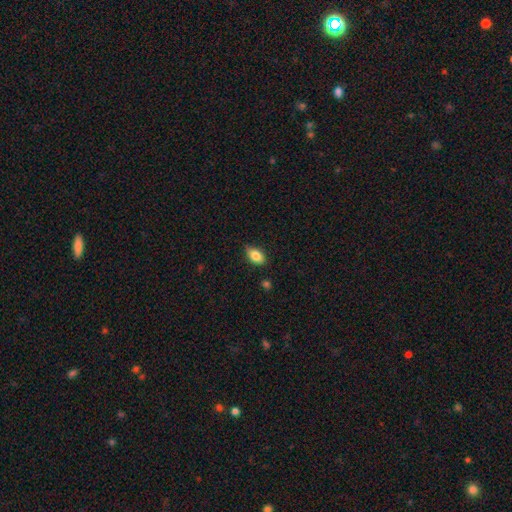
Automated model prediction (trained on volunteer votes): Smooth or featured?
  - smooth: 82% *
  - featured or disk: 10%
  - star or artifact: 8%
How rounded?
  - in between: 89% *
  - round: 7%
  - cigar-shaped: 4%
Merging?
  - none: 78% *
  - minor disturbance: 18%
  - major disturbance: 3%
  - merger: 2%